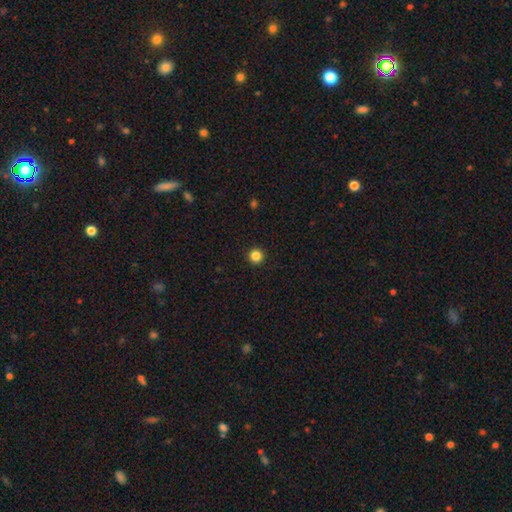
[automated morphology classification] smooth-or-featured: smooth: 85% | star or artifact: 12% | featured or disk: 3%
  how-rounded: round: 96% | in between: 3% | cigar-shaped: 1%
  merging: none: 94% | minor disturbance: 4% | major disturbance: 1% | merger: 1%